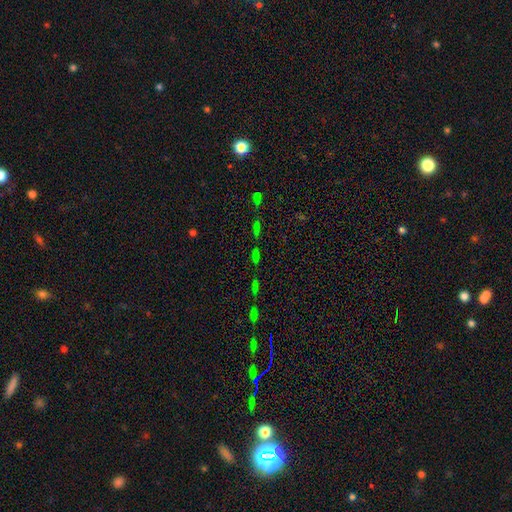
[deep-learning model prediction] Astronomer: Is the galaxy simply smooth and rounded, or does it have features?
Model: star or artifact — 57%.